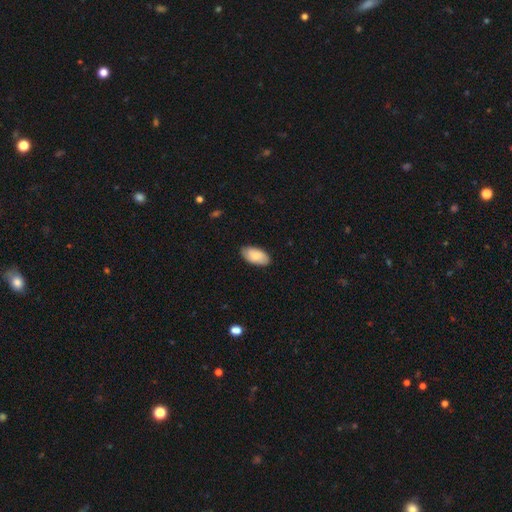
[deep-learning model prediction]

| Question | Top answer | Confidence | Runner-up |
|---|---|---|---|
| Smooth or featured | smooth | 82% | featured or disk (12%) |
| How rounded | in between | 95% | cigar-shaped (3%) |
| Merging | none | 85% | minor disturbance (12%) |